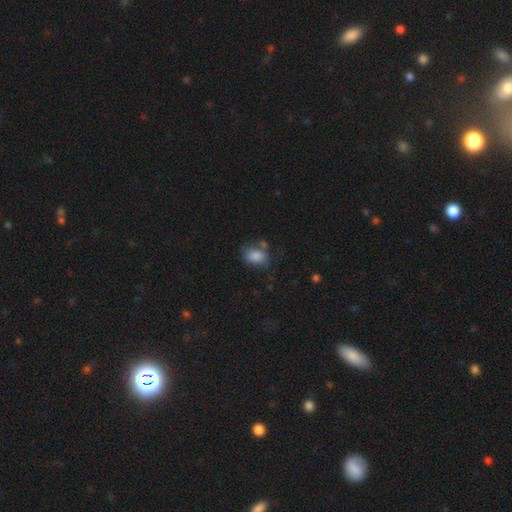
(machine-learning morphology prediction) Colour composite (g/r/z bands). It shows a smooth galaxy with no disk features (81%) that is in between round and cigar-shaped (75%). Merging: none (52%).